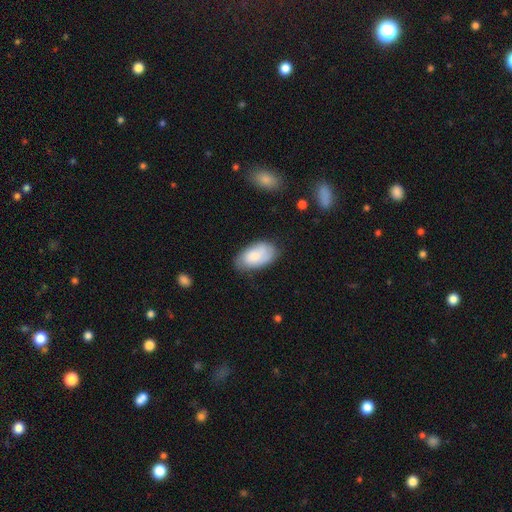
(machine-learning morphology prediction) A smooth galaxy with no disk features (76%) that is in between round and cigar-shaped (95%).

Vote fractions:
- Smooth or featured? smooth: 76% / featured or disk: 17% / star or artifact: 6%
- How rounded? in between: 95% / round: 3% / cigar-shaped: 2%
- Merging? none: 68% / minor disturbance: 24% / major disturbance: 6% / merger: 2%